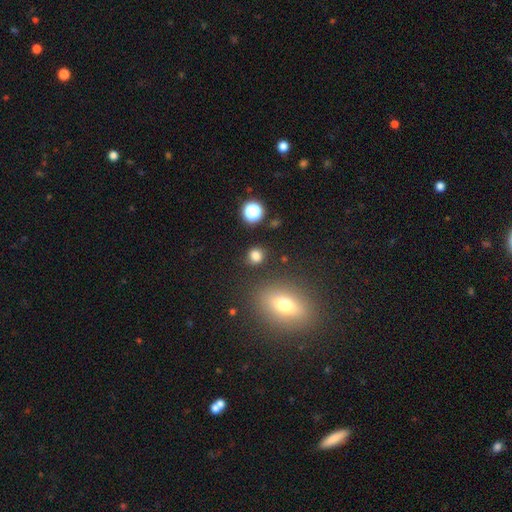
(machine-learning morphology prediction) The model was most divided on "how rounded": round: 78%, in between: 20%, cigar-shaped: 1%. More confident: merging — none (85%); smooth or featured — smooth (79%).